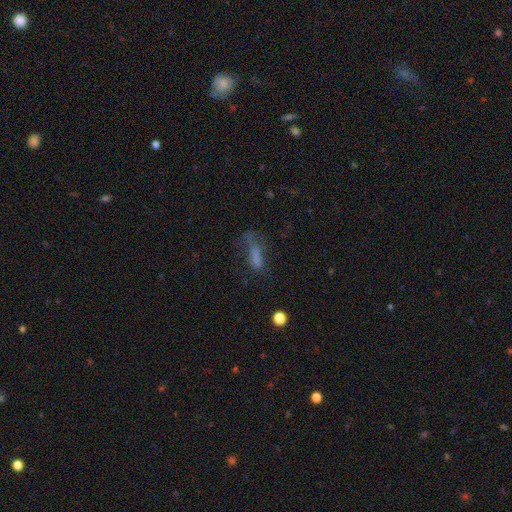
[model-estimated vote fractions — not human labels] A smooth galaxy with no disk features (61%) that is cigar-shaped (51%).

Vote fractions:
- Smooth or featured? smooth: 61% / featured or disk: 21% / star or artifact: 18%
- How rounded? cigar-shaped: 51% / in between: 45% / round: 4%
- Merging? none: 39% / major disturbance: 32% / minor disturbance: 24% / merger: 4%